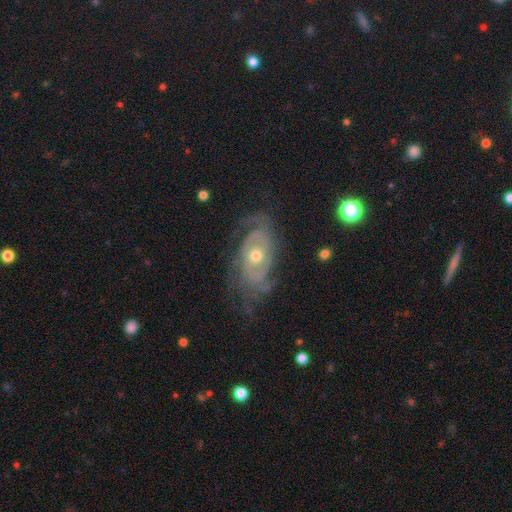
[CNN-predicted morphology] Smooth or featured? featured or disk (88%)
Edge-on disk? no (95%)
Bar? no (75%)
Spiral arms? yes (95%)
Spiral winding? tight (66%)
Spiral arm count? 2 (38%)
Bulge size? moderate (63%)
Merging? none (72%)